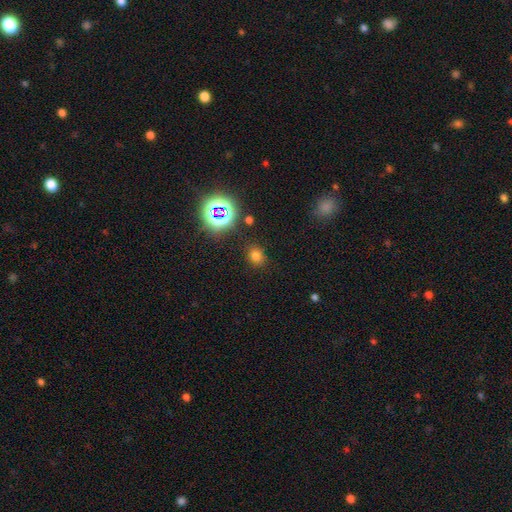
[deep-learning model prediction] Smooth or featured? smooth (69%)
How rounded? round (67%)
Merging? none (84%)